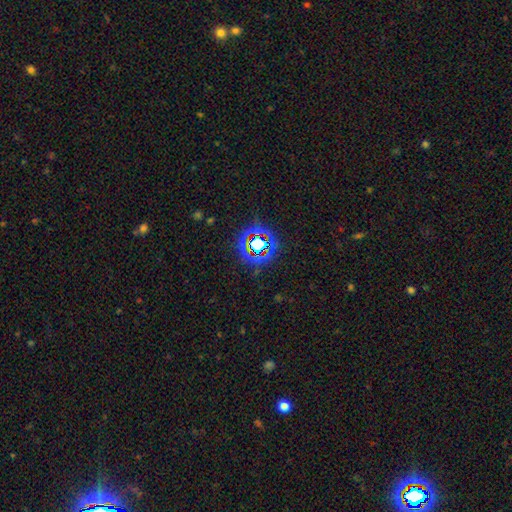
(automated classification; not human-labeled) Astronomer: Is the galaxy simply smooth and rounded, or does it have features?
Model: star or artifact — 73%.